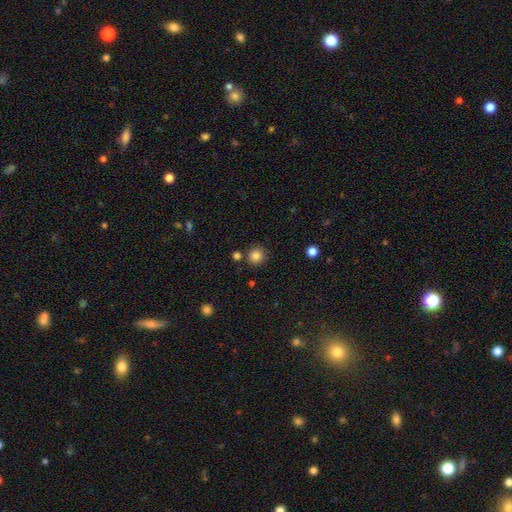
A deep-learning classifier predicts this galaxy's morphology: smooth 84%, star or artifact 12%, featured or disk 4%. Down the decision tree: how rounded — round (93%); merging — none (83%).